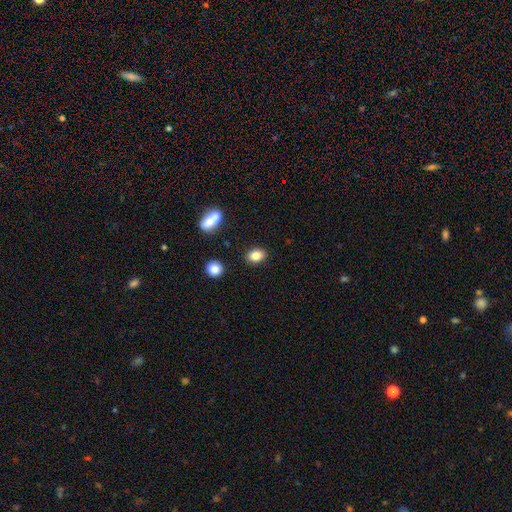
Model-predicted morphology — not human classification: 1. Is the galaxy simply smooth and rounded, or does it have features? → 84% smooth, 10% star or artifact, 6% featured or disk.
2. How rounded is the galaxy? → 67% in between, 31% round, 2% cigar-shaped.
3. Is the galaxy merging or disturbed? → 86% none, 9% minor disturbance, 3% merger, 2% major disturbance.